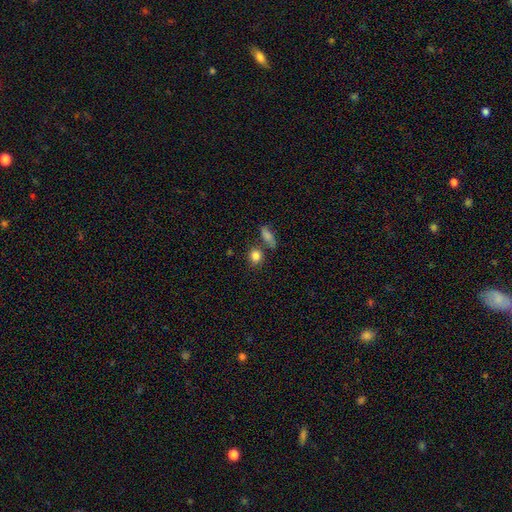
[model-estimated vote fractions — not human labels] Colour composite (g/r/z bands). It shows a smooth galaxy with no disk features (83%) that is round (63%). Merging: none (65%).